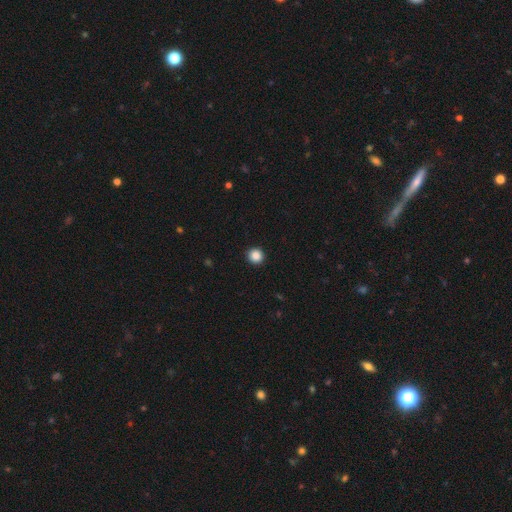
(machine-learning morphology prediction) smooth_or_featured: smooth (p=0.87) [alt: star or artifact p=0.10]
how_rounded: round (p=0.95) [alt: in between p=0.04]
merging: none (p=0.93) [alt: minor disturbance p=0.04]